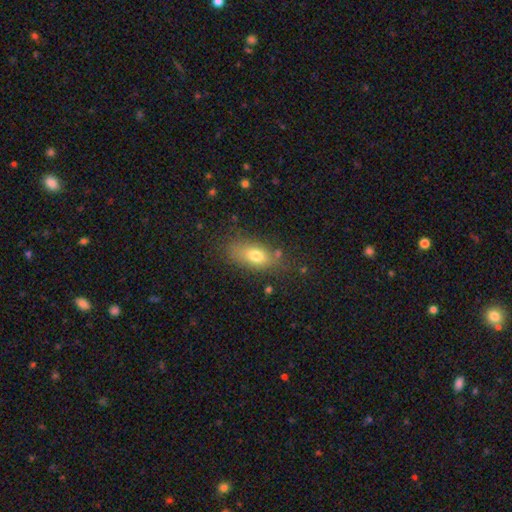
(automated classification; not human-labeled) Smooth or featured?
  - smooth: 73% *
  - featured or disk: 16%
  - star or artifact: 11%
How rounded?
  - in between: 80% *
  - round: 10%
  - cigar-shaped: 10%
Merging?
  - none: 72% *
  - minor disturbance: 18%
  - major disturbance: 6%
  - merger: 4%